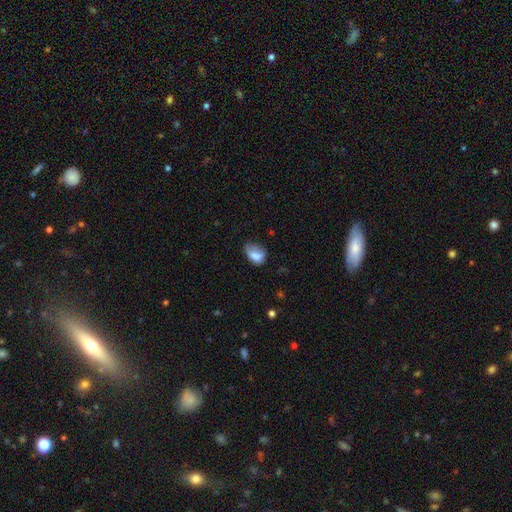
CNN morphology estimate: type=smooth (75%); roundness=in between (78%); merging=minor disturbance (39%).